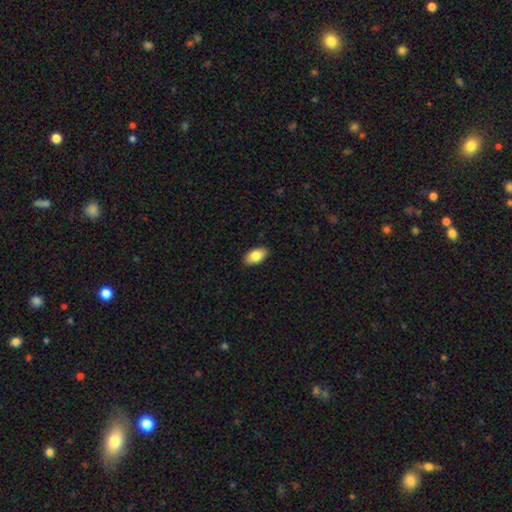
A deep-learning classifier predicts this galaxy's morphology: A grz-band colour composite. It shows a smooth galaxy with no disk features (84%) that is in between round and cigar-shaped (94%). Merging: none (89%).